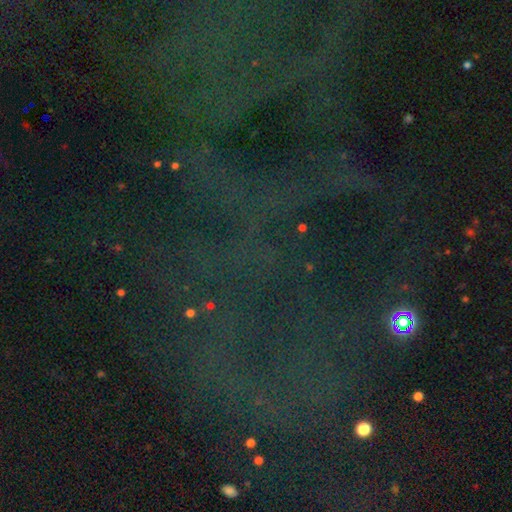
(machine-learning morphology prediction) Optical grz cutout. It shows a star or artifact, not a galaxy (78%).